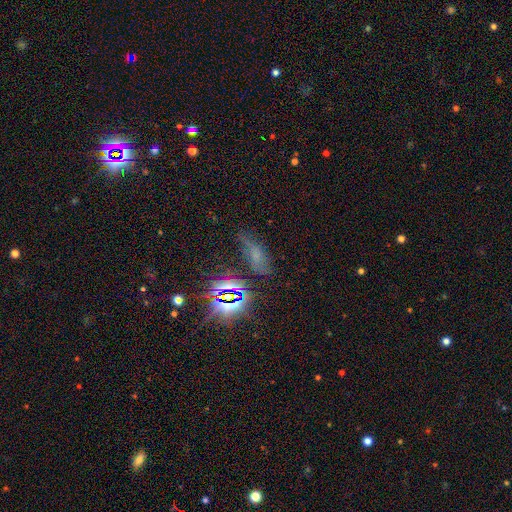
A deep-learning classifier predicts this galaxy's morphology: smooth-or-featured: star or artifact: 41% | smooth: 33% | featured or disk: 26%